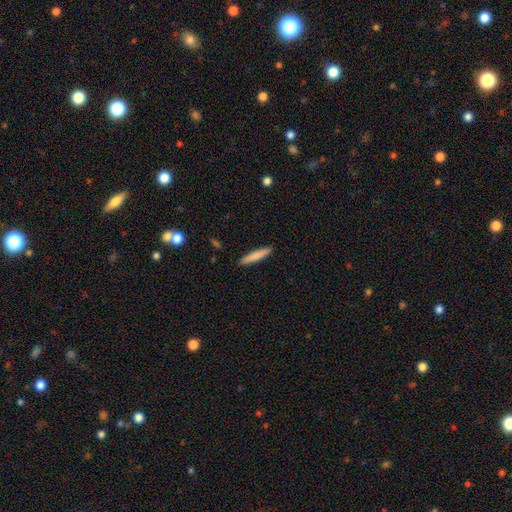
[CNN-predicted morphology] A smooth galaxy with no disk features (79%) that is cigar-shaped (92%). Merging: none (91%).